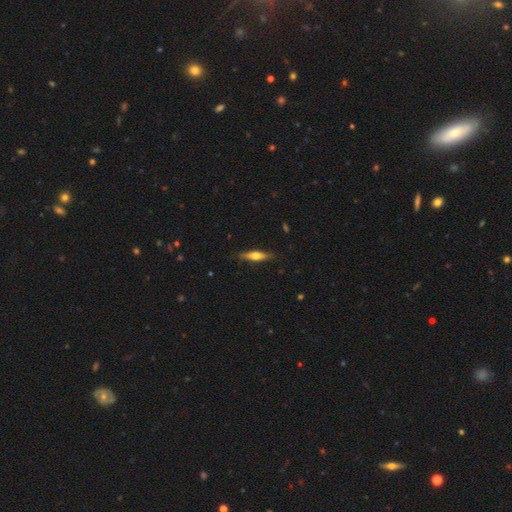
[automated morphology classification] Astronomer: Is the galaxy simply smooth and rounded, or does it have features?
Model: featured or disk — 51% (runner-up: smooth, 43%).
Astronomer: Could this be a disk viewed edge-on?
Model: yes — 92%.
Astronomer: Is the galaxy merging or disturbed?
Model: none — 87%.